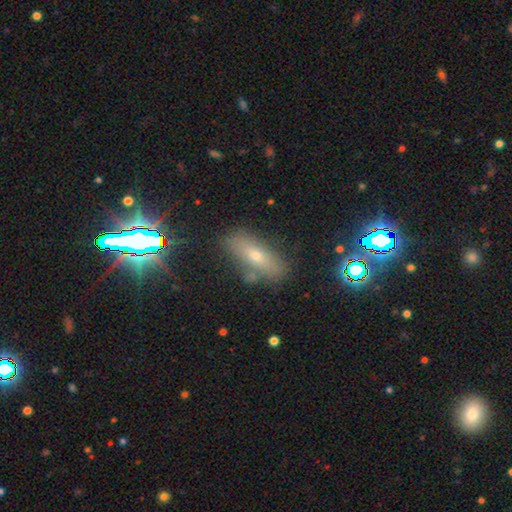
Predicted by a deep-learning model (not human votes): smooth-or-featured: smooth: 48% | star or artifact: 27% | featured or disk: 25%
  merging: none: 79% | minor disturbance: 13% | major disturbance: 4% | merger: 4%